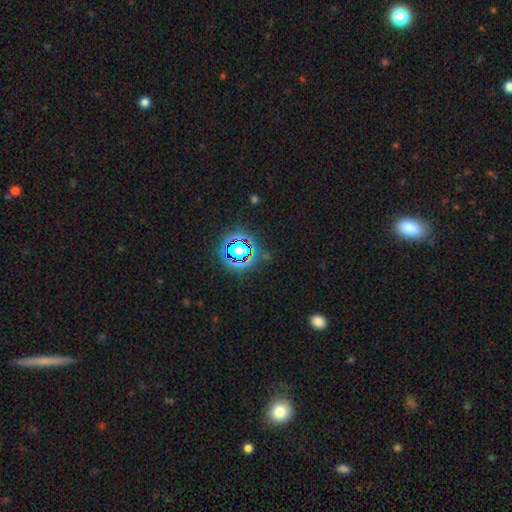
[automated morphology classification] smooth_or_featured: star or artifact (p=0.74) [alt: smooth p=0.16]